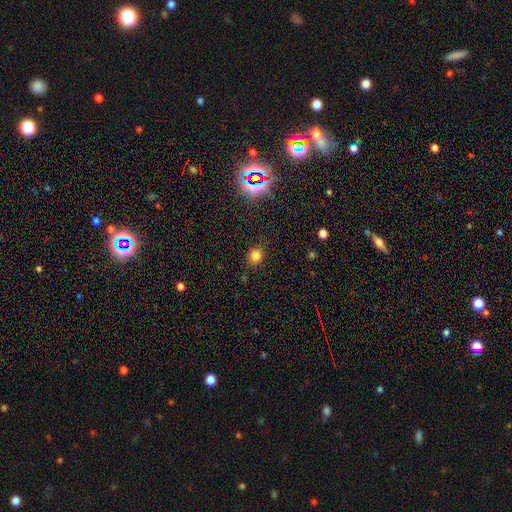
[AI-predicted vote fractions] smooth 78%, star or artifact 17%, featured or disk 5%. Down the decision tree: how rounded — round (72%); merging — none (84%).